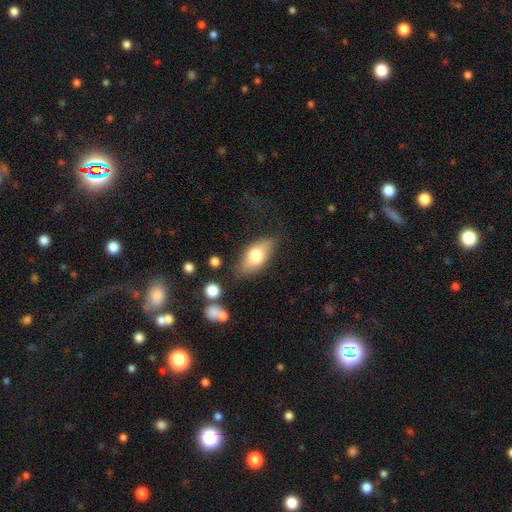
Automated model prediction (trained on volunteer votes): Smooth or featured: smooth — 70% (featured or disk — 23%)
How rounded: in between — 87% (cigar-shaped — 8%)
Merging: none — 76% (minor disturbance — 16%)